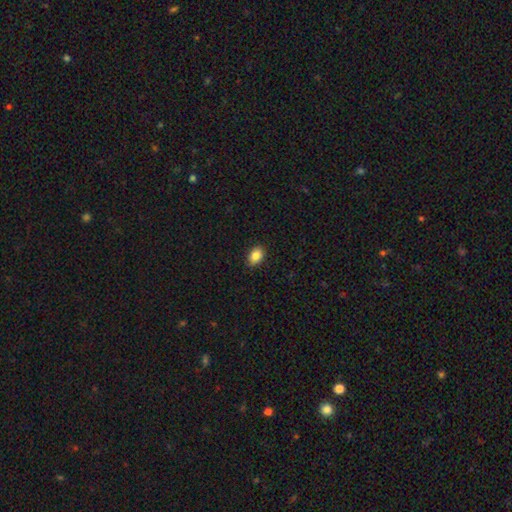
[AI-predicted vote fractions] The model was most divided on "how rounded": in between: 80%, round: 18%, cigar-shaped: 1%. More confident: merging — none (89%); smooth or featured — smooth (87%).